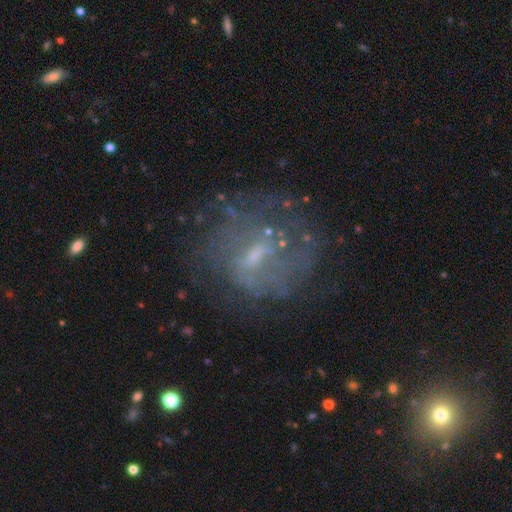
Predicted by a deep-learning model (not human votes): smooth-or-featured: featured or disk: 63% | smooth: 22% | star or artifact: 15%
  disk-edge-on: no: 96% | yes: 4%
    bar: weak: 48% | no: 40% | strong: 12%
    has-spiral-arms: no: 59% | yes: 41%
    bulge-size: small: 56% | moderate: 24% | none: 17% | large: 2% | dominant: 1%
  merging: none: 60% | major disturbance: 19% | minor disturbance: 18% | merger: 3%